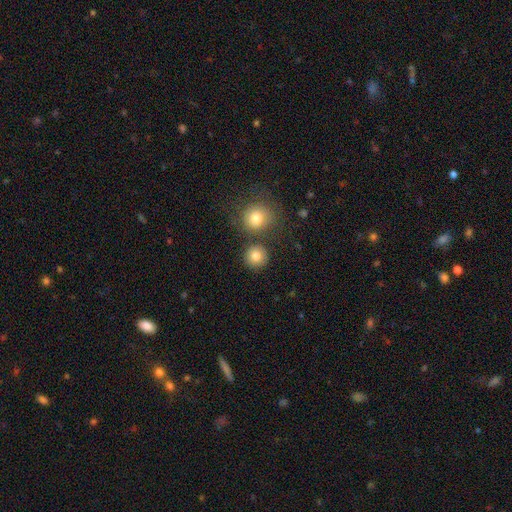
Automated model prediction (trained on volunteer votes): A smooth galaxy with no disk features (83%) that is round (93%).

Vote fractions:
- Smooth or featured? smooth: 83% / star or artifact: 10% / featured or disk: 7%
- How rounded? round: 93% / in between: 6% / cigar-shaped: 1%
- Merging? none: 80% / merger: 10% / minor disturbance: 7% / major disturbance: 3%